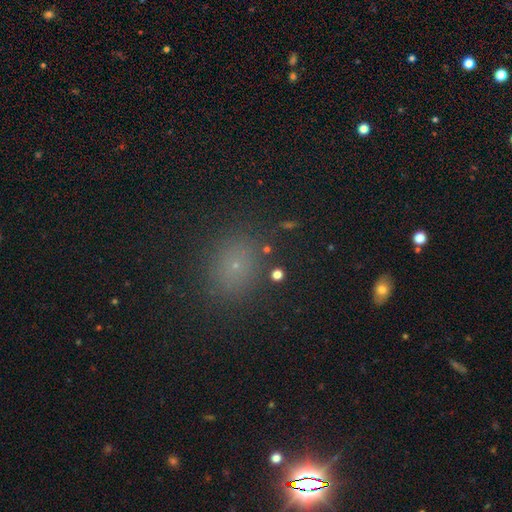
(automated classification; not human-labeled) Smooth or featured? Predicted: smooth (p=0.55). How rounded? Predicted: round (p=0.62). Merging? Predicted: none (p=0.86).